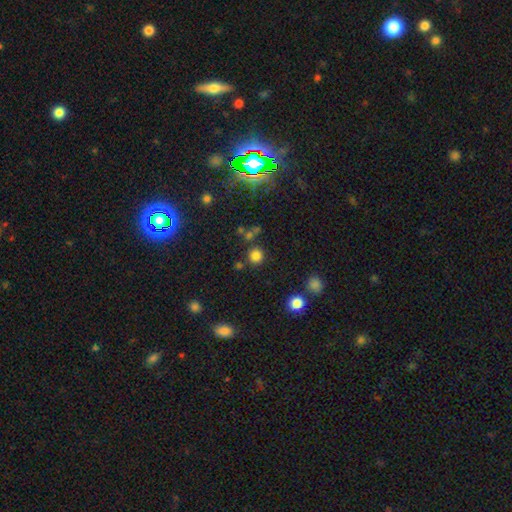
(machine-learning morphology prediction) Q: Smooth or featured?
A: smooth (79%); runner-up: star or artifact (16%)
Q: How rounded?
A: round (93%); runner-up: in between (6%)
Q: Merging?
A: none (82%); runner-up: minor disturbance (8%)